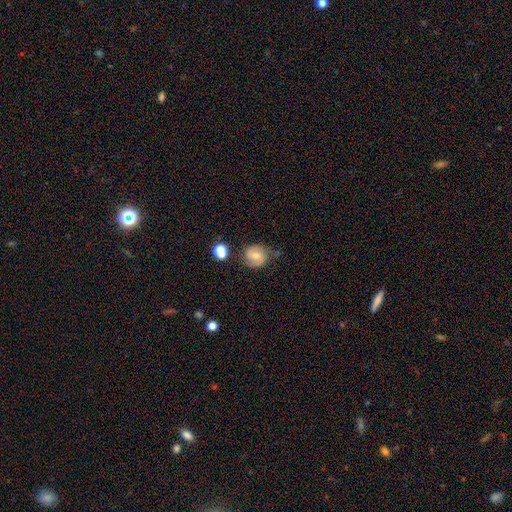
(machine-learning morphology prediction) Overall: featured or disk (49%; smooth 41%). Merging: none (61%; minor disturbance 24%).